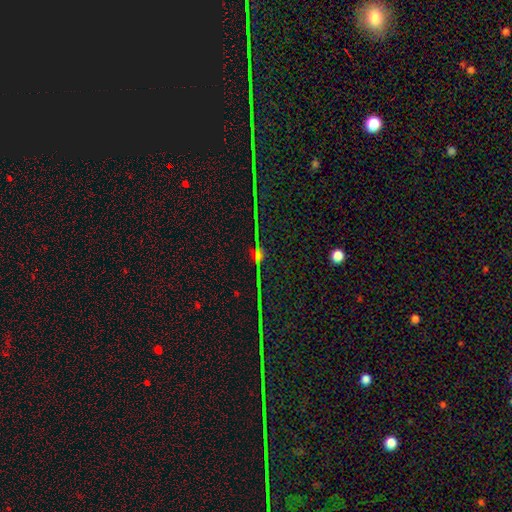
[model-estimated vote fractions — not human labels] Overall: star or artifact (60%; featured or disk 29%).